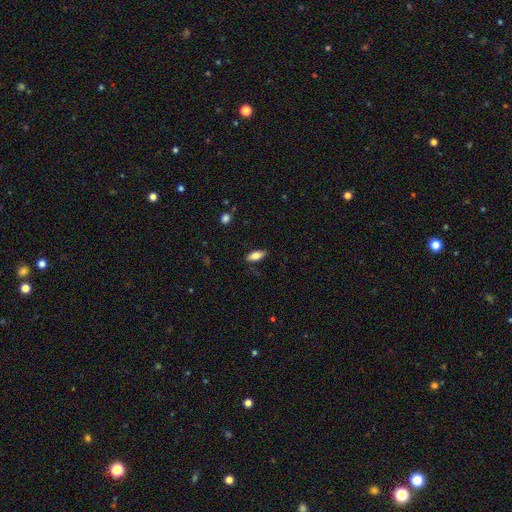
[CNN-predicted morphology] Smooth or featured?
  - smooth: 77% *
  - featured or disk: 16%
  - star or artifact: 7%
How rounded?
  - in between: 82% *
  - cigar-shaped: 15%
  - round: 2%
Merging?
  - none: 85% *
  - minor disturbance: 11%
  - major disturbance: 2%
  - merger: 1%